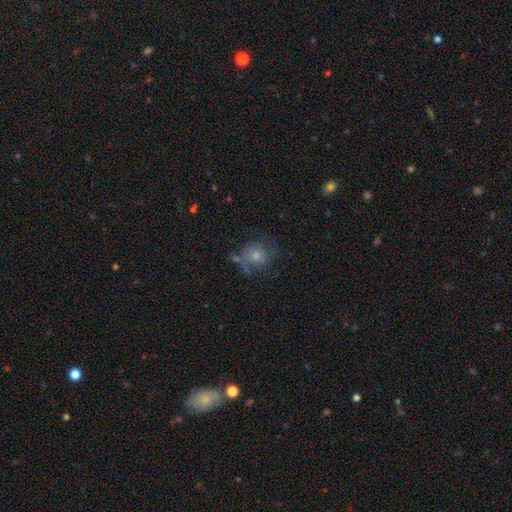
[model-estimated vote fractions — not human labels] A smooth galaxy with no disk features (46%).

Vote fractions:
- Smooth or featured? smooth: 46% / featured or disk: 42% / star or artifact: 12%
- Merging? none: 49% / minor disturbance: 23% / major disturbance: 21% / merger: 7%